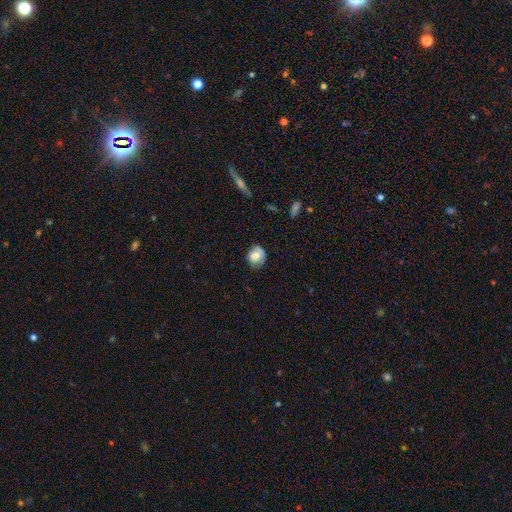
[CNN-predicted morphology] The model was most divided on "merging": none: 61%, minor disturbance: 29%, major disturbance: 8%, merger: 3%. More confident: smooth or featured — smooth (72%); how rounded — round (68%).